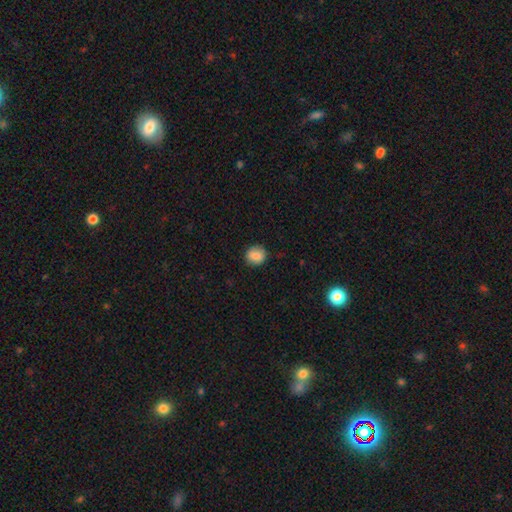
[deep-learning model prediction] A smooth galaxy with no disk features (85%) that is round (82%). Merging: none (87%).